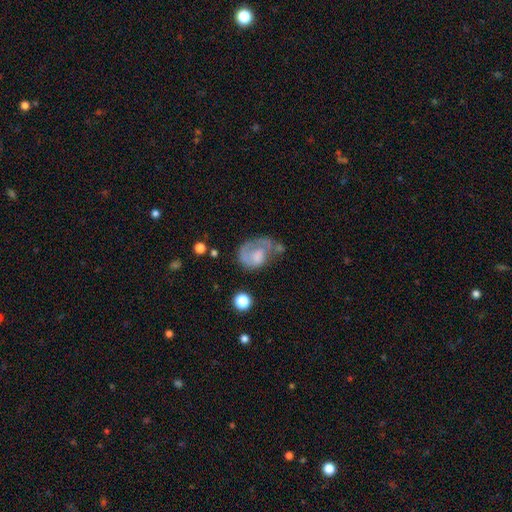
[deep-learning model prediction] The model was most divided on "merging": none: 35%, major disturbance: 33%, minor disturbance: 24%, merger: 8%. Remaining: edge-on disk — no (97%); bar — no (71%); spiral arms — yes (65%); smooth or featured — featured or disk (54%); bulge size — none (38%).